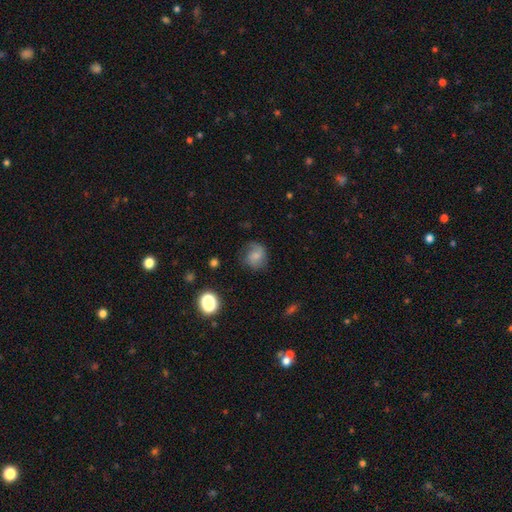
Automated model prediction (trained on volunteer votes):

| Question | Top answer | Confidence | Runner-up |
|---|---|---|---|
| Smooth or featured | smooth | 58% | featured or disk (31%) |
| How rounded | round | 72% | in between (27%) |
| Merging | none | 65% | minor disturbance (23%) |